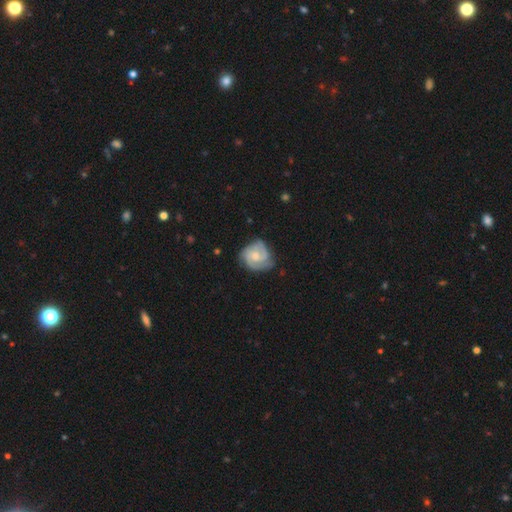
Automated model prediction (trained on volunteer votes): Smooth or featured: featured or disk — 79% (smooth — 16%)
Edge-on disk: no — 98% (yes — 2%)
Bar: no — 67% (weak — 29%)
Spiral arms: yes — 96% (no — 4%)
Spiral winding: tight — 55% (medium — 37%)
Spiral arm count: 3 — 43% (2 — 32%)
Bulge size: moderate — 49% (small — 44%)
Merging: none — 68% (minor disturbance — 24%)